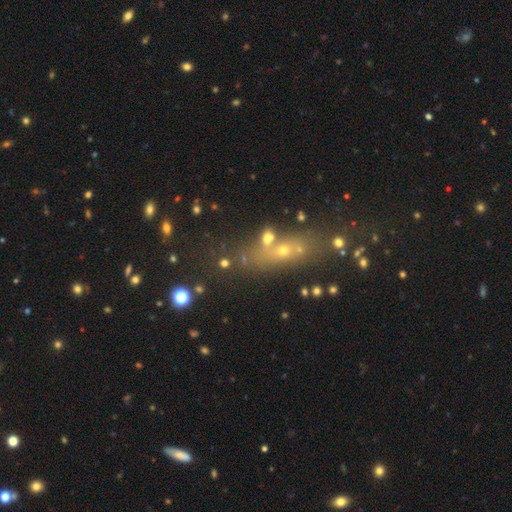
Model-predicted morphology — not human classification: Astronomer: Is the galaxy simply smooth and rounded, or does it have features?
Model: star or artifact — 39% (runner-up: smooth, 31%).